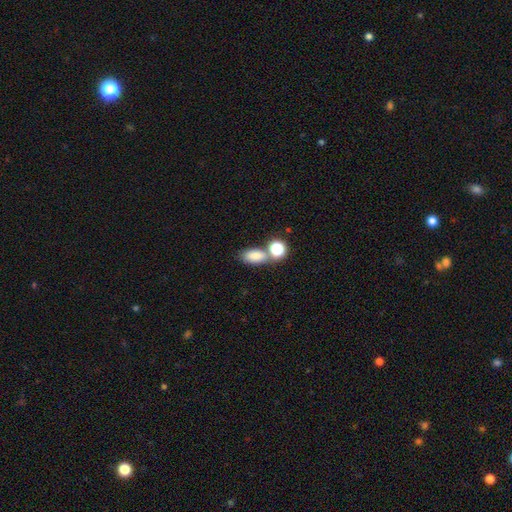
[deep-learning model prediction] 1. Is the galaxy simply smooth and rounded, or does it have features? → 81% smooth, 12% star or artifact, 8% featured or disk.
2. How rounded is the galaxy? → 84% in between, 12% round, 4% cigar-shaped.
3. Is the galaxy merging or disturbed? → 54% none, 30% merger, 11% minor disturbance, 5% major disturbance.